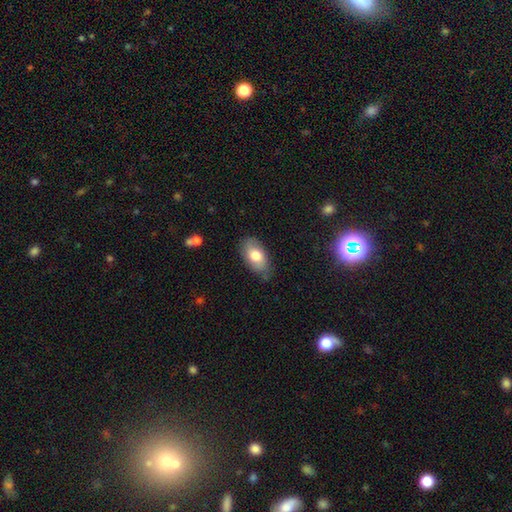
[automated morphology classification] Smooth or featured: smooth — 75% (featured or disk — 18%)
How rounded: in between — 93% (round — 5%)
Merging: none — 77% (minor disturbance — 18%)